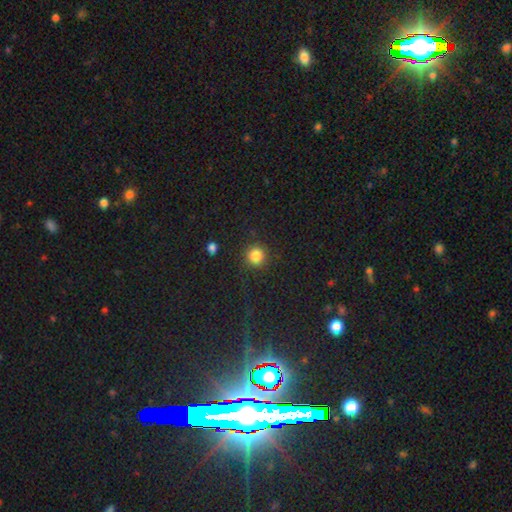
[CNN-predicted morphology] A smooth galaxy with no disk features (84%) that is round (92%).

Vote fractions:
- Smooth or featured? smooth: 84% / star or artifact: 12% / featured or disk: 4%
- How rounded? round: 92% / in between: 7% / cigar-shaped: 1%
- Merging? none: 88% / minor disturbance: 7% / major disturbance: 3% / merger: 2%